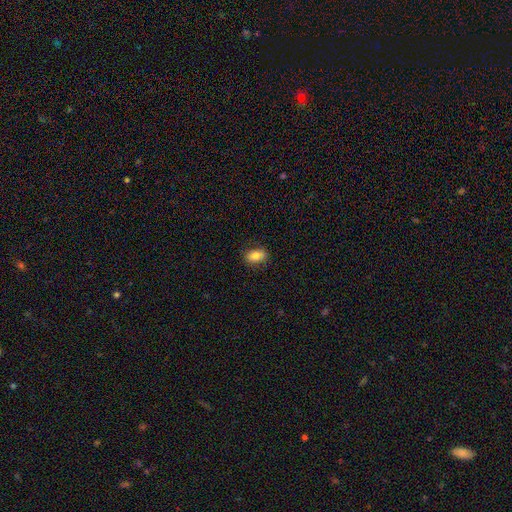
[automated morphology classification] This is clearly a smooth galaxy (81%). How rounded: clearly in between (85%). Merging: clearly none (85%).